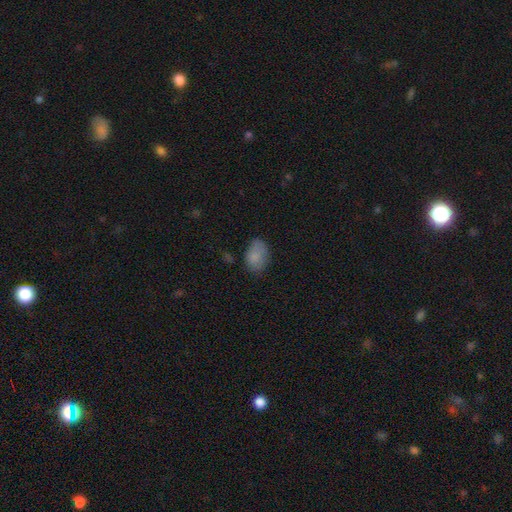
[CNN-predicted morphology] The model was most divided on "merging": none: 67%, minor disturbance: 24%, major disturbance: 6%, merger: 3%. More confident: how rounded — in between (86%); smooth or featured — smooth (83%).